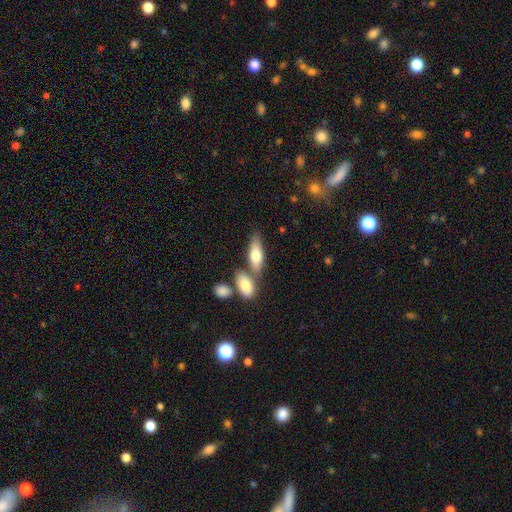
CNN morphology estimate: Smooth or featured: smooth — 71% (featured or disk — 24%)
How rounded: in between — 69% (cigar-shaped — 28%)
Merging: none — 52% (merger — 32%)